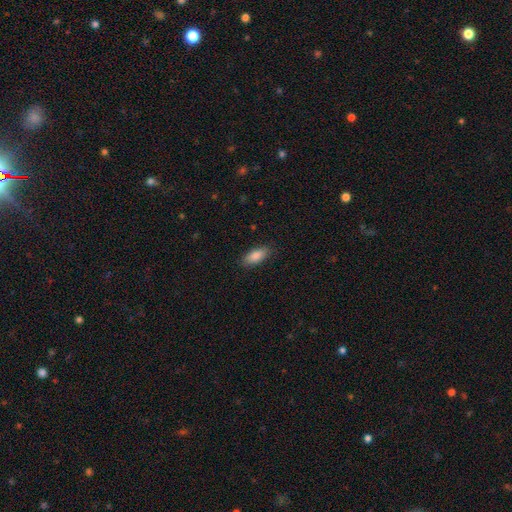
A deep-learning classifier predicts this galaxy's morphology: smooth_or_featured: smooth (p=0.87) [alt: featured or disk p=0.07]
how_rounded: in between (p=0.83) [alt: cigar-shaped p=0.15]
merging: none (p=0.85) [alt: minor disturbance p=0.12]